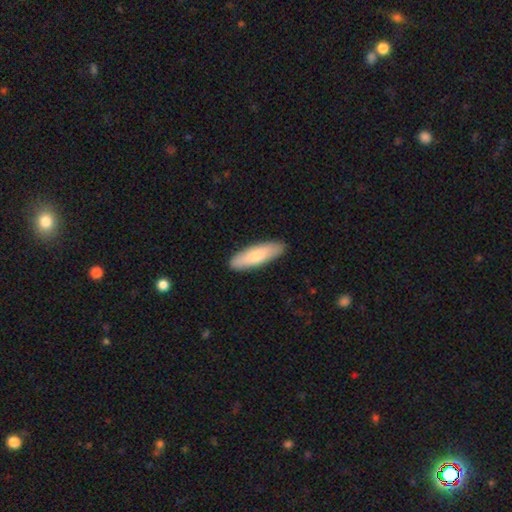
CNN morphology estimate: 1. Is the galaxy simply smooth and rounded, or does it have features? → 76% smooth, 19% featured or disk, 5% star or artifact.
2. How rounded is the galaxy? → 51% cigar-shaped, 47% in between, 2% round.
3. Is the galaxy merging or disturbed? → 89% none, 8% minor disturbance, 2% major disturbance, 1% merger.